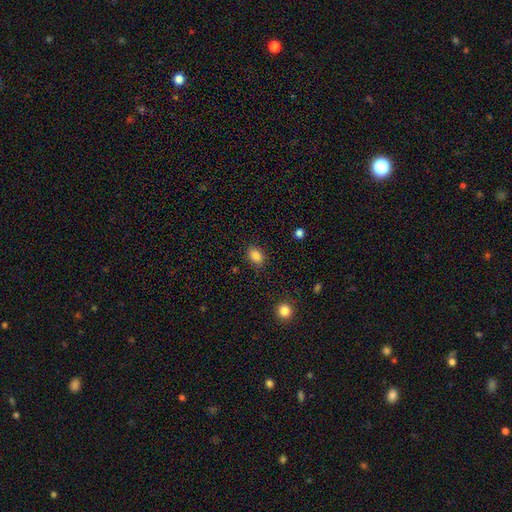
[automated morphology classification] The model was most divided on "how rounded": in between: 72%, round: 27%, cigar-shaped: 1%. More confident: smooth or featured — smooth (85%); merging — none (81%).